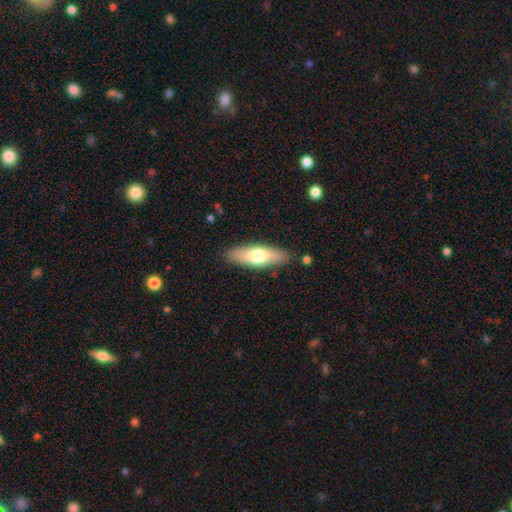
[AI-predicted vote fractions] A smooth galaxy with no disk features (64%) that is in between round and cigar-shaped (50%).

Vote fractions:
- Smooth or featured? smooth: 64% / featured or disk: 30% / star or artifact: 6%
- How rounded? in between: 50% / cigar-shaped: 48% / round: 2%
- Merging? none: 87% / minor disturbance: 10% / major disturbance: 2% / merger: 2%